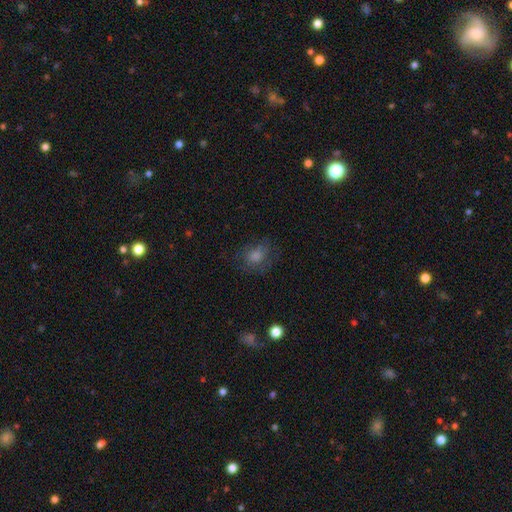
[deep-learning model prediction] smooth_or_featured: smooth (p=0.58) [alt: star or artifact p=0.21]
how_rounded: round (p=0.57) [alt: in between p=0.42]
merging: none (p=0.68) [alt: minor disturbance p=0.19]